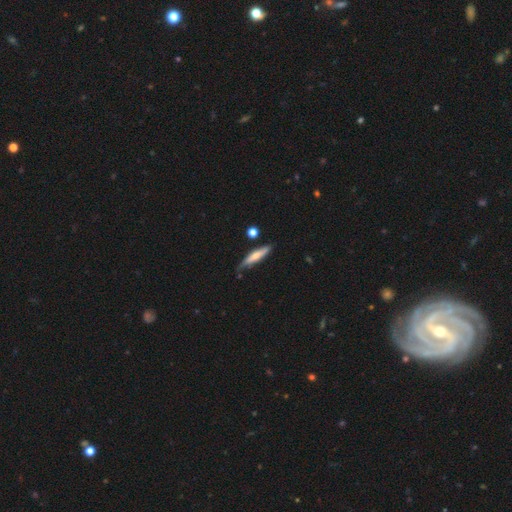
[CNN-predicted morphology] Smooth or featured? Predicted: smooth (p=0.56). How rounded? Predicted: cigar-shaped (p=0.86). Merging? Predicted: none (p=0.70).